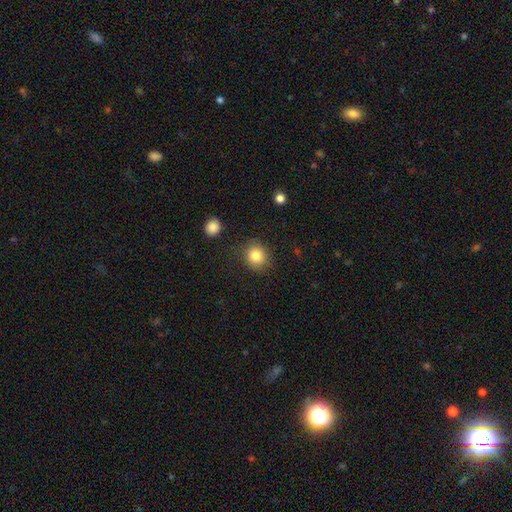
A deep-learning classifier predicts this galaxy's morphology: This appears to be a smooth galaxy with no disk features (84%) that is round (82%). Merging: none (85%).